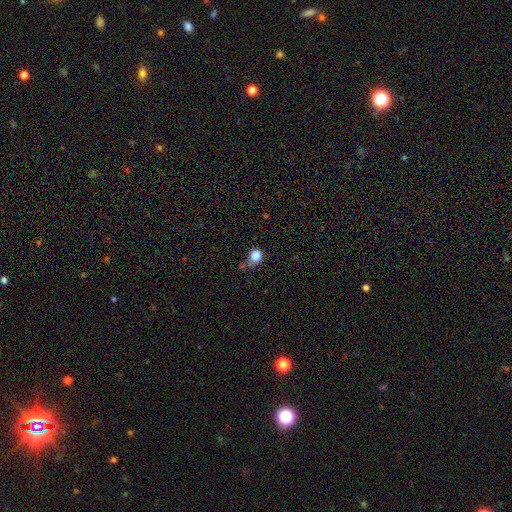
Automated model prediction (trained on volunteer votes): A smooth galaxy with no disk features (84%) that is round (87%). Merging: none (57%).